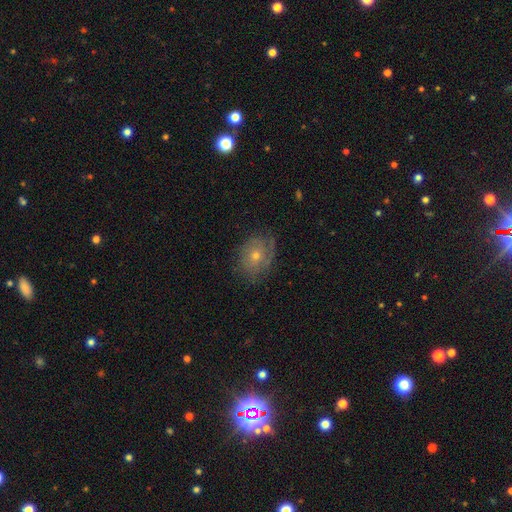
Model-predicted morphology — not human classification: This is possibly a featured or disk galaxy (56%). It is clearly not viewed edge-on (95%). Bar: clearly no (83%). Spiral arm pattern: likely yes (77%). Central bulge: possibly moderate (49%). Merging: likely none (72%).